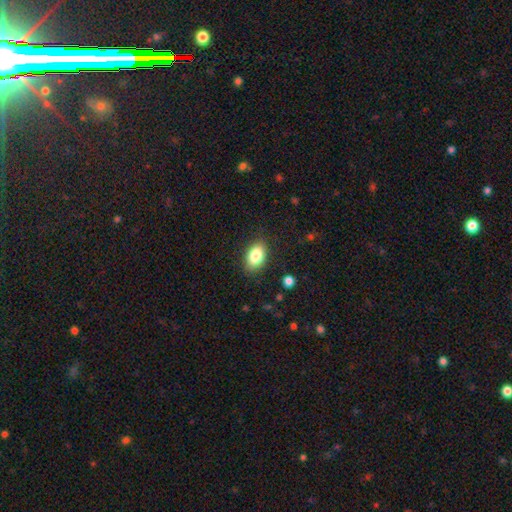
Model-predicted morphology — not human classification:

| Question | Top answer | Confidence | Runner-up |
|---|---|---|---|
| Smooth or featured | smooth | 84% | featured or disk (9%) |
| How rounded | in between | 89% | round (9%) |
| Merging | none | 85% | minor disturbance (11%) |